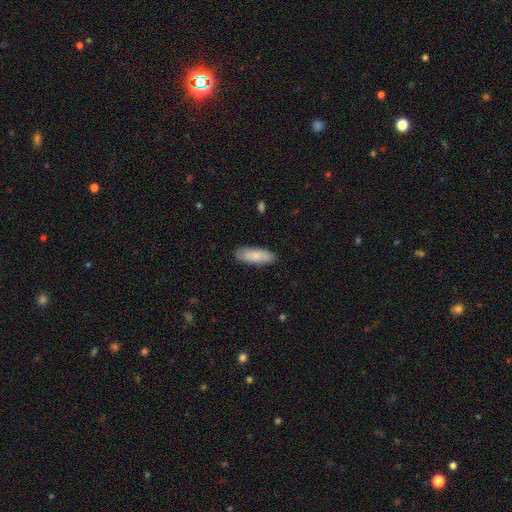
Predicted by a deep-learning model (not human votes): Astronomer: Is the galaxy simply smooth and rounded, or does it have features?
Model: smooth — 78%.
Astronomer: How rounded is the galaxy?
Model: in between — 70%.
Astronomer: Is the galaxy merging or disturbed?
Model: none — 85%.